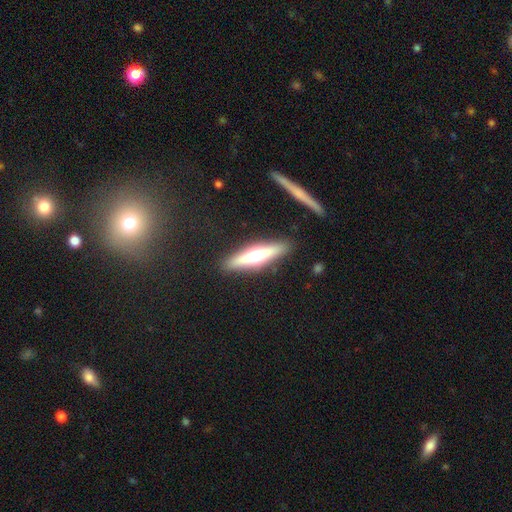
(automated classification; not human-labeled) Q: Smooth or featured?
A: featured or disk (59%); runner-up: smooth (34%)
Q: Edge-on disk?
A: yes (94%); runner-up: no (6%)
Q: Edge-on bulge?
A: rounded (92%); runner-up: boxy (4%)
Q: Merging?
A: none (88%); runner-up: minor disturbance (8%)